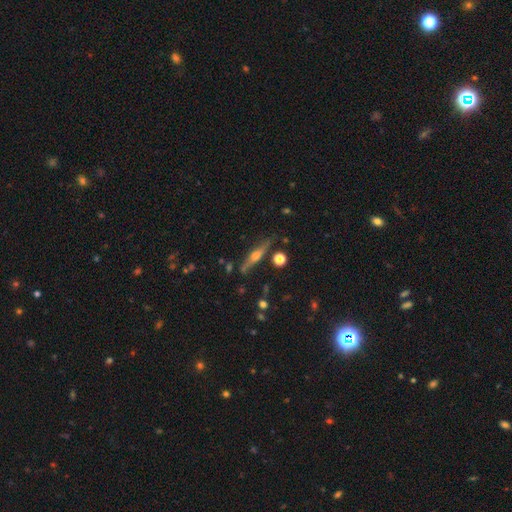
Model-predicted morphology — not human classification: Smooth or featured? featured or disk (73%)
Edge-on disk? yes (96%)
Edge-on bulge? rounded (88%)
Merging? none (82%)